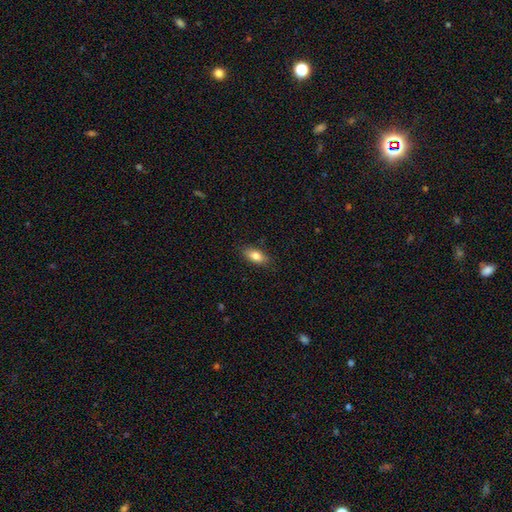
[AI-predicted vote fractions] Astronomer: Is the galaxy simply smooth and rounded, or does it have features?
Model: smooth — 80%.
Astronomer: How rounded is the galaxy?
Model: in between — 85%.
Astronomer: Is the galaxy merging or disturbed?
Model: none — 86%.